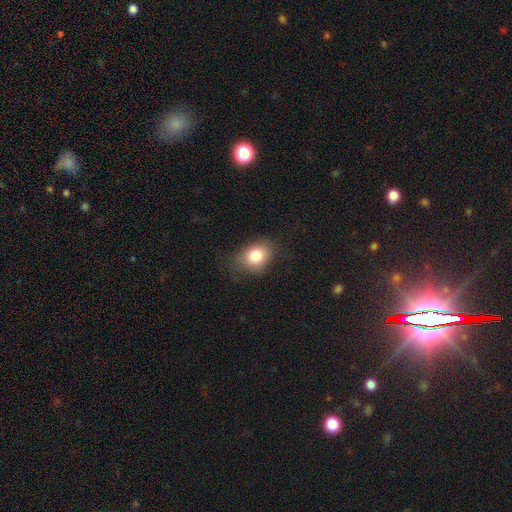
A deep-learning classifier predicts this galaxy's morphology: smooth_or_featured: smooth (p=0.80) [alt: star or artifact p=0.10]
how_rounded: in between (p=0.54) [alt: round p=0.45]
merging: none (p=0.69) [alt: minor disturbance p=0.22]